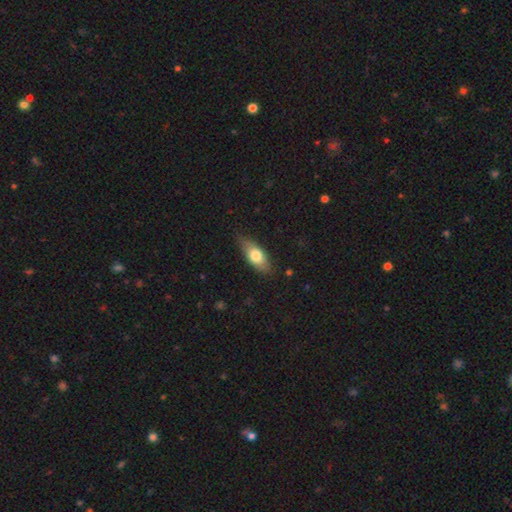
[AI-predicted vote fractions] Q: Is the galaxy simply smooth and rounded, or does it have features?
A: smooth — 70%.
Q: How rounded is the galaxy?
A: in between — 77%.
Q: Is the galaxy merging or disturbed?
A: none — 79%.